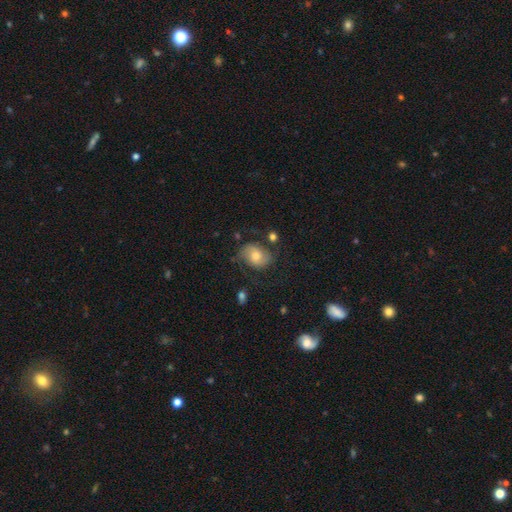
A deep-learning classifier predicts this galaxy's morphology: A featured or disk galaxy (47%).

Vote fractions:
- Smooth or featured? featured or disk: 47% / smooth: 41% / star or artifact: 11%
- Merging? none: 63% / minor disturbance: 23% / major disturbance: 12% / merger: 3%